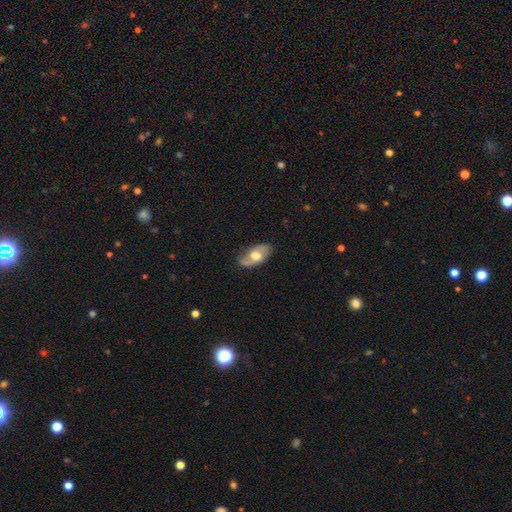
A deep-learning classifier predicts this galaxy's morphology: This is possibly a featured or disk galaxy (56%). It is clearly not viewed edge-on (88%). Merging: likely none (70%).